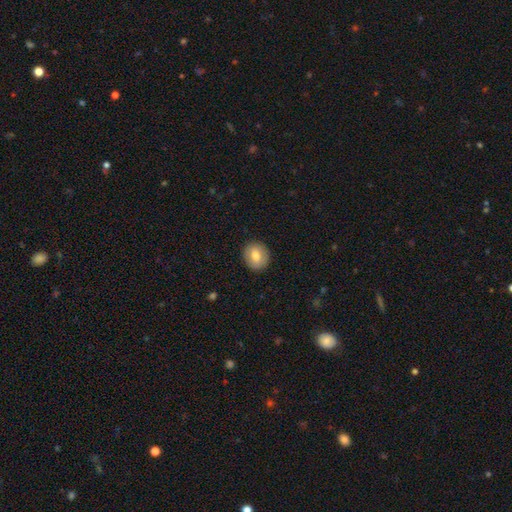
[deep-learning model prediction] Smooth or featured? Predicted: smooth (p=0.74). How rounded? Predicted: round (p=0.74). Merging? Predicted: none (p=0.89).